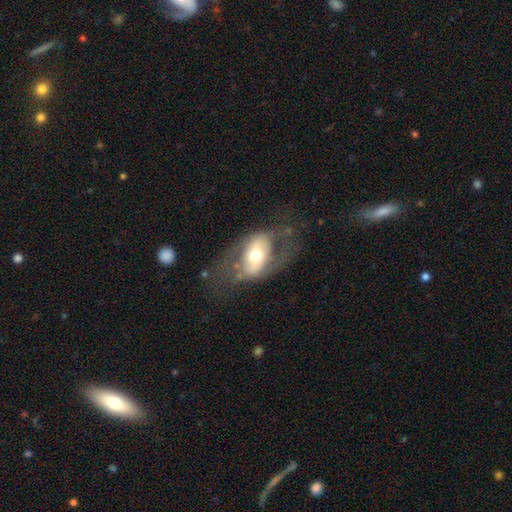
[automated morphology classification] Smooth or featured? Predicted: featured or disk (p=0.57). Edge-on disk? Predicted: no (p=0.90). Bar? Predicted: no (p=0.48). Spiral arms? Predicted: no (p=0.56). Bulge size? Predicted: moderate (p=0.66). Merging? Predicted: none (p=0.54).